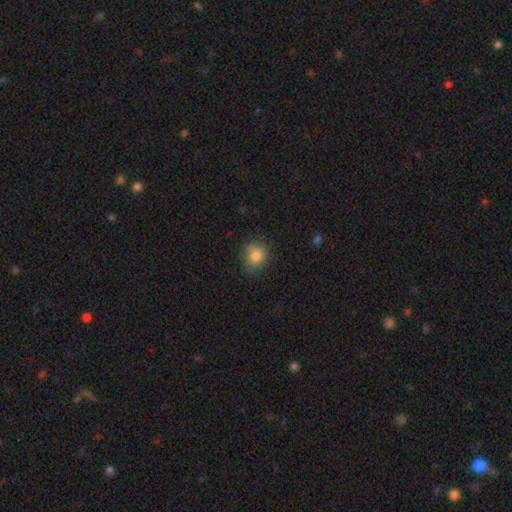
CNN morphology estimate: Smooth or featured?
  - smooth: 82% *
  - star or artifact: 11%
  - featured or disk: 7%
How rounded?
  - round: 77% *
  - in between: 22%
  - cigar-shaped: 1%
Merging?
  - none: 77% *
  - minor disturbance: 17%
  - major disturbance: 4%
  - merger: 1%